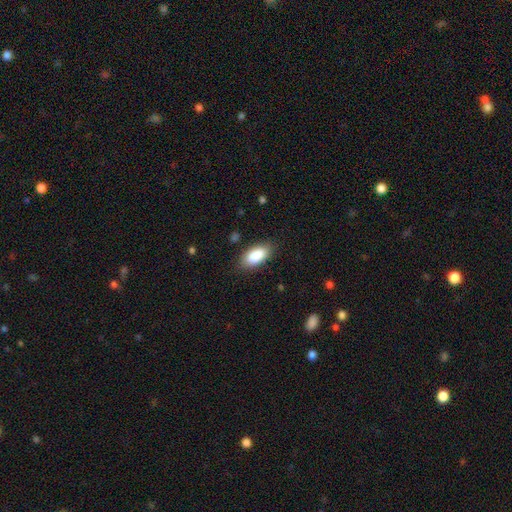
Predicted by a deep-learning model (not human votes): This is clearly a smooth galaxy (87%). How rounded: clearly in between (90%). Merging: clearly none (82%).